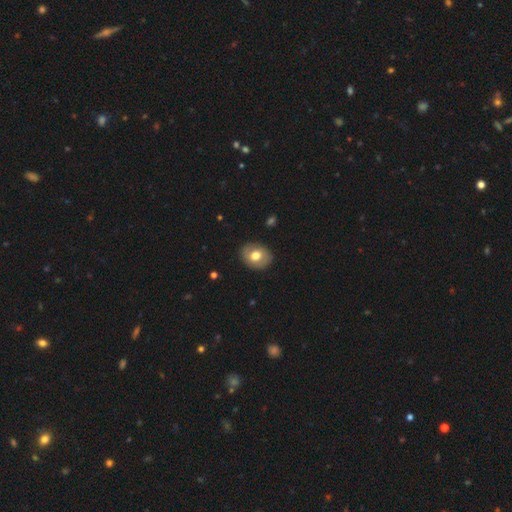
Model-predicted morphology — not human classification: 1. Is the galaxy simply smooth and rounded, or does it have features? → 66% smooth, 27% featured or disk, 7% star or artifact.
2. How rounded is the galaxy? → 55% round, 44% in between, 1% cigar-shaped.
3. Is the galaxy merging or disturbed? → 86% none, 10% minor disturbance, 3% major disturbance, 1% merger.